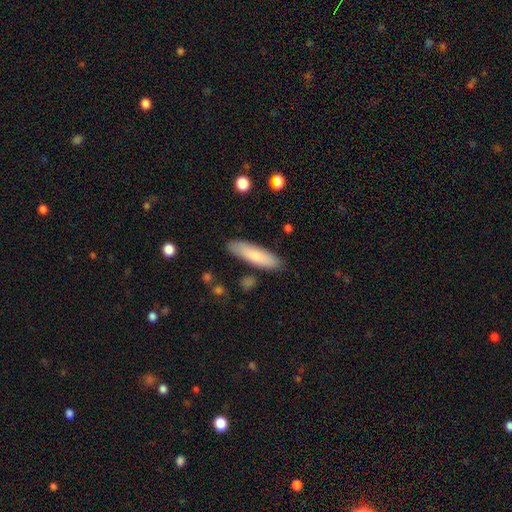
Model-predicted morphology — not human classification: A smooth galaxy with no disk features (78%) that is cigar-shaped (69%).

Vote fractions:
- Smooth or featured? smooth: 78% / featured or disk: 16% / star or artifact: 6%
- How rounded? cigar-shaped: 69% / in between: 29% / round: 1%
- Merging? none: 84% / minor disturbance: 12% / major disturbance: 2% / merger: 2%